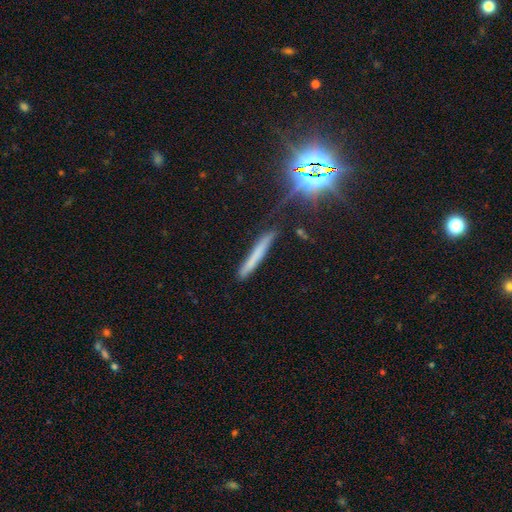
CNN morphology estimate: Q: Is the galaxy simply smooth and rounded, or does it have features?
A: smooth — 58%.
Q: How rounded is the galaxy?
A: cigar-shaped — 96%.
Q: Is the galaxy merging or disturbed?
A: none — 82%.